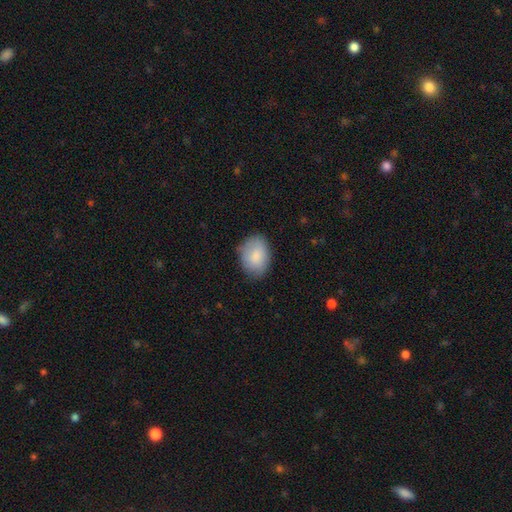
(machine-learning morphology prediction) smooth-or-featured: smooth: 84% | featured or disk: 10% | star or artifact: 6%
  how-rounded: in between: 77% | round: 22% | cigar-shaped: 1%
  merging: none: 75% | minor disturbance: 19% | major disturbance: 4% | merger: 1%